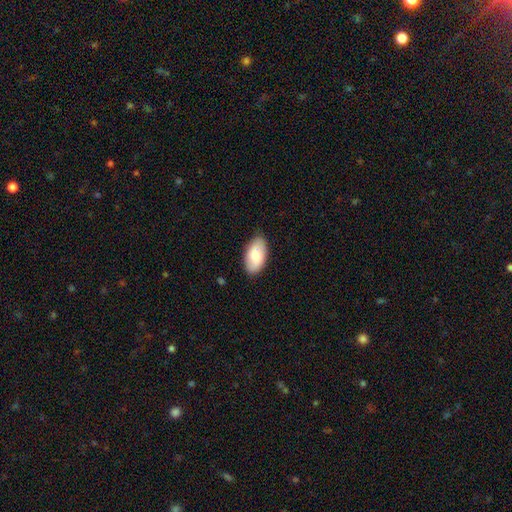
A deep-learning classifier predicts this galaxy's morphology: Q: Smooth or featured?
A: smooth (76%); runner-up: featured or disk (18%)
Q: How rounded?
A: in between (95%); runner-up: round (3%)
Q: Merging?
A: none (84%); runner-up: minor disturbance (13%)